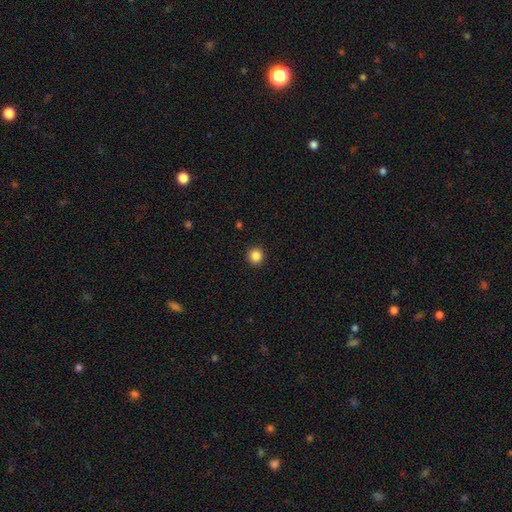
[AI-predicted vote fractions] Q: Smooth or featured?
A: smooth (86%); runner-up: star or artifact (10%)
Q: How rounded?
A: round (92%); runner-up: in between (7%)
Q: Merging?
A: none (92%); runner-up: minor disturbance (5%)